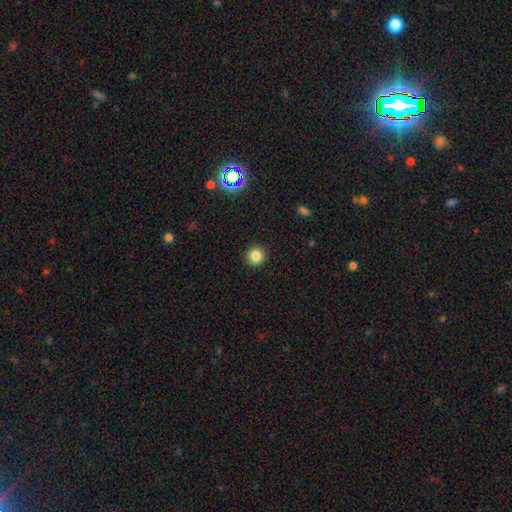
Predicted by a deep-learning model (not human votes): Q: Smooth or featured?
A: smooth (83%); runner-up: star or artifact (13%)
Q: How rounded?
A: round (94%); runner-up: in between (6%)
Q: Merging?
A: none (91%); runner-up: minor disturbance (6%)